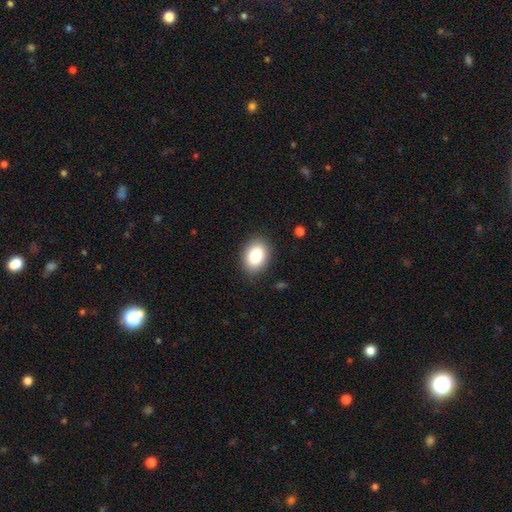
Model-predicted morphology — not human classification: Smooth or featured: smooth — 85% (star or artifact — 8%)
How rounded: in between — 77% (round — 22%)
Merging: none — 87% (minor disturbance — 10%)